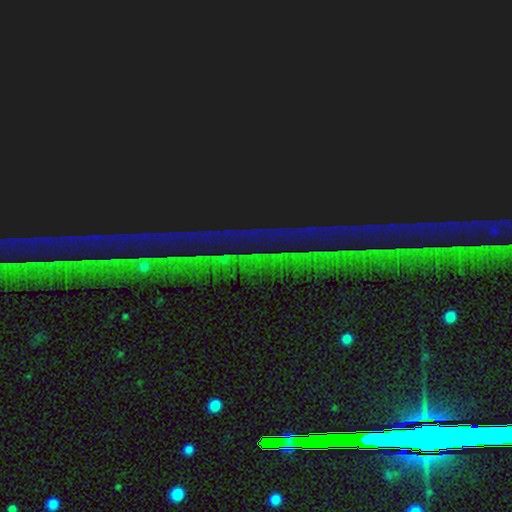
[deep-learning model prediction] smooth_or_featured: star or artifact (p=0.89) [alt: featured or disk p=0.06]